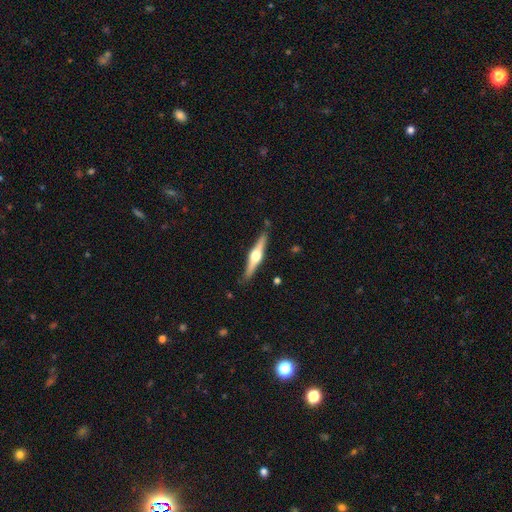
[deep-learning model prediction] smooth_or_featured: featured or disk (p=0.76) [alt: smooth p=0.19]
disk_edge_on: yes (p=0.98) [alt: no p=0.02]
edge_on_bulge: rounded (p=0.95) [alt: boxy p=0.03]
merging: none (p=0.88) [alt: minor disturbance p=0.09]